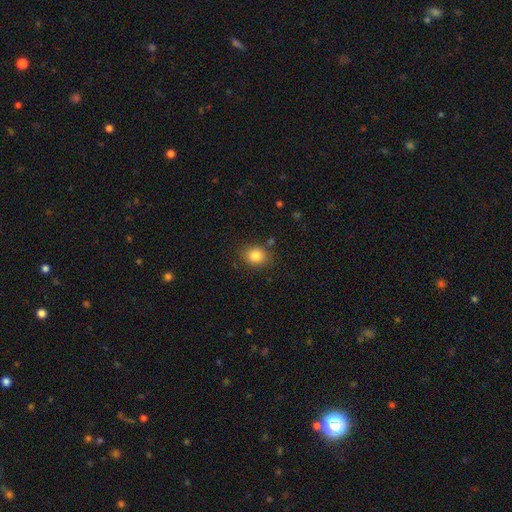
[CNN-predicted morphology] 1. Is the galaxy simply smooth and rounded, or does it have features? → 83% smooth, 10% star or artifact, 7% featured or disk.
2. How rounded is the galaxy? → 57% round, 42% in between, 1% cigar-shaped.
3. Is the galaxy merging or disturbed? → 82% none, 12% minor disturbance, 3% major disturbance, 3% merger.